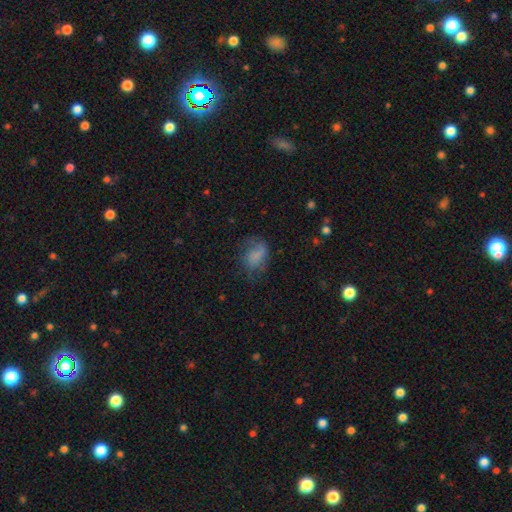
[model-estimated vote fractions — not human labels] Smooth or featured: smooth — 63% (featured or disk — 25%)
How rounded: in between — 75% (round — 23%)
Merging: none — 43% (minor disturbance — 28%)